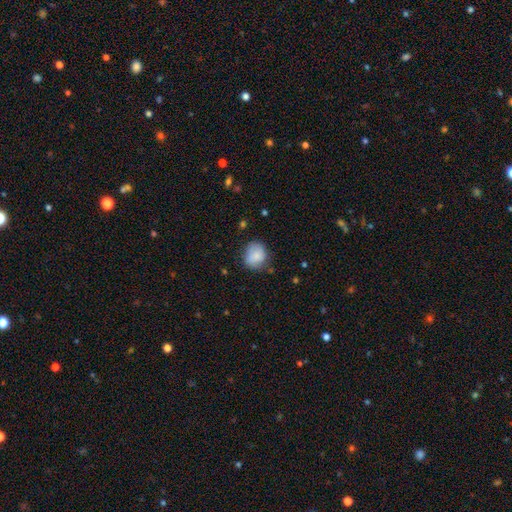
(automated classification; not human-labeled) Morphology: type=smooth (82%); roundness=round (71%); merging=none (70%).